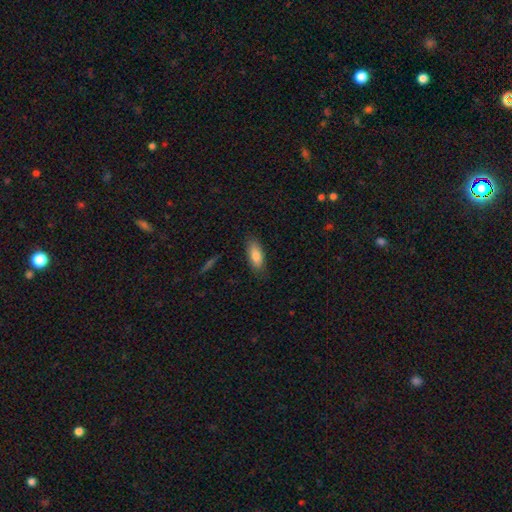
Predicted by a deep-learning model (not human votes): The model was most divided on "how rounded": in between: 79%, cigar-shaped: 19%, round: 2%. More confident: smooth or featured — smooth (83%); merging — none (82%).